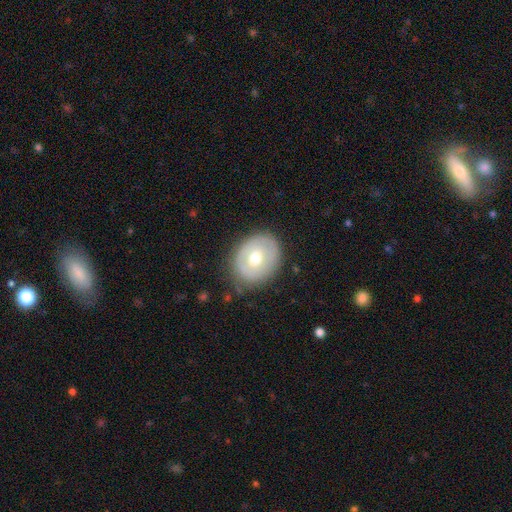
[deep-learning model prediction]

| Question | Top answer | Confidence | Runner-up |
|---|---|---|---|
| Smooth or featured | smooth | 50% | featured or disk (41%) |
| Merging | none | 84% | minor disturbance (12%) |